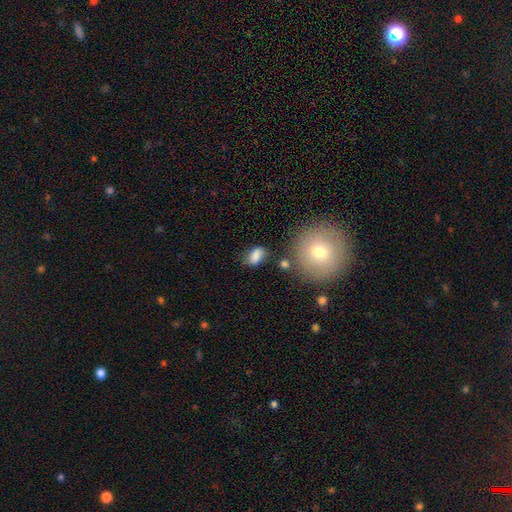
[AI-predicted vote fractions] Smooth or featured? smooth (83%)
How rounded? in between (83%)
Merging? none (69%)